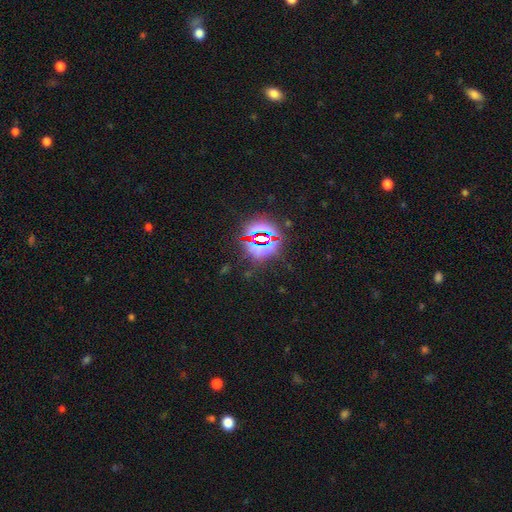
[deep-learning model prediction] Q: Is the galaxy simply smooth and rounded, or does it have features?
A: star or artifact — 82%.